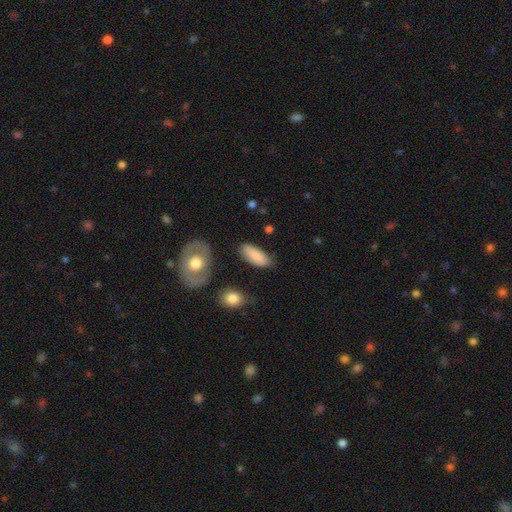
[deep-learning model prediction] Smooth or featured: smooth — 83% (featured or disk — 11%)
How rounded: in between — 85% (cigar-shaped — 13%)
Merging: none — 77% (minor disturbance — 17%)